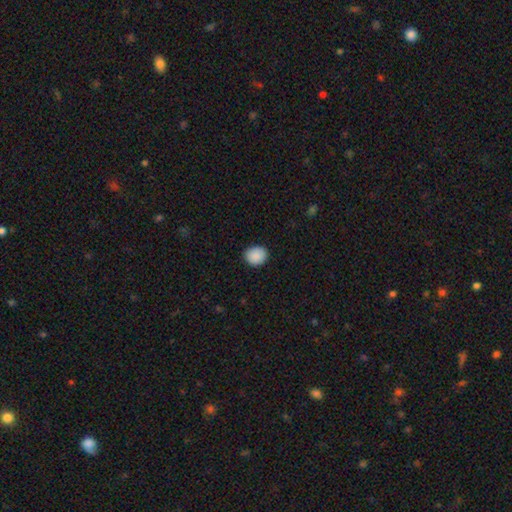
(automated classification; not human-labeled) Smooth or featured? Predicted: smooth (p=0.90). How rounded? Predicted: round (p=0.63). Merging? Predicted: none (p=0.88).